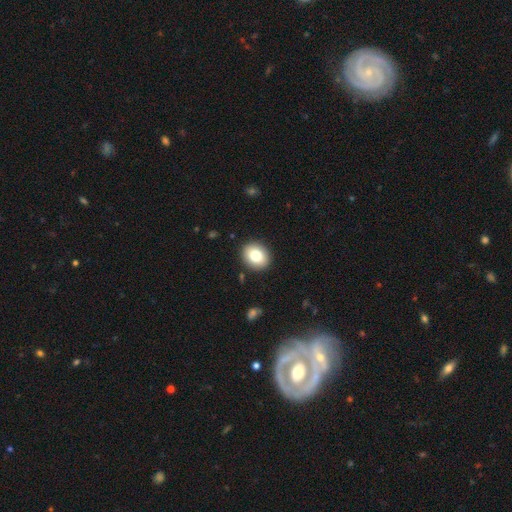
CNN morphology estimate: A smooth galaxy with no disk features (79%) that is round (61%).

Vote fractions:
- Smooth or featured? smooth: 79% / featured or disk: 12% / star or artifact: 9%
- How rounded? round: 61% / in between: 38% / cigar-shaped: 1%
- Merging? none: 90% / minor disturbance: 7% / major disturbance: 2% / merger: 1%